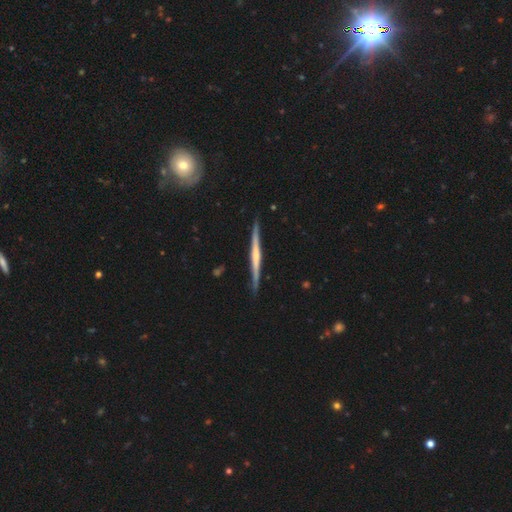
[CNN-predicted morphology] Q: Smooth or featured?
A: featured or disk (71%); runner-up: smooth (24%)
Q: Edge-on disk?
A: yes (98%); runner-up: no (2%)
Q: Edge-on bulge?
A: none (46%); runner-up: rounded (38%)
Q: Merging?
A: none (88%); runner-up: minor disturbance (9%)